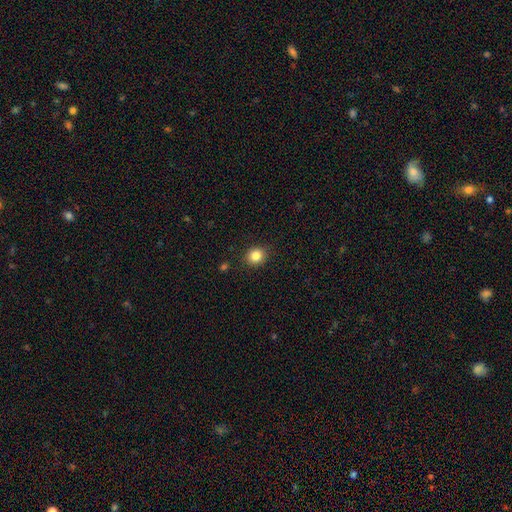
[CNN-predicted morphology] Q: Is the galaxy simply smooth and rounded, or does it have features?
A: smooth — 84%.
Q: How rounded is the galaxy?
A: round — 79%.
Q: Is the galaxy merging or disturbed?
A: none — 90%.